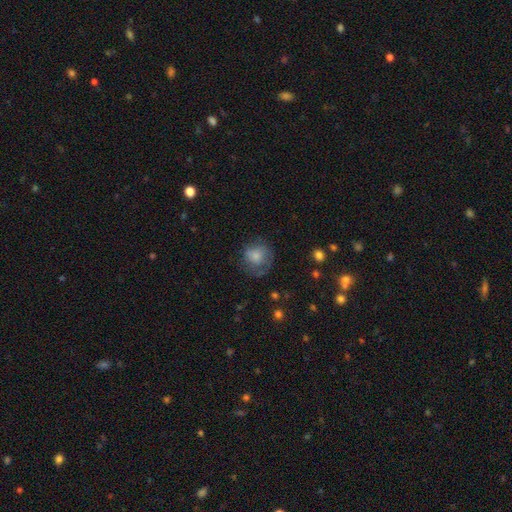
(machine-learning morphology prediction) Q: Smooth or featured?
A: smooth (71%); runner-up: featured or disk (20%)
Q: How rounded?
A: round (78%); runner-up: in between (21%)
Q: Merging?
A: none (49%); runner-up: minor disturbance (26%)